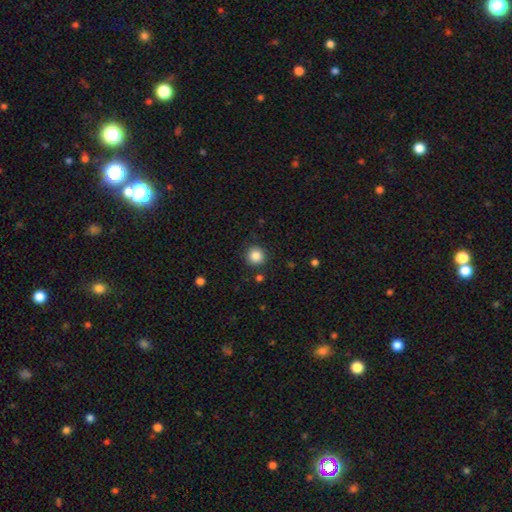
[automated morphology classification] A smooth galaxy with no disk features (86%) that is round (94%). Merging: none (89%).